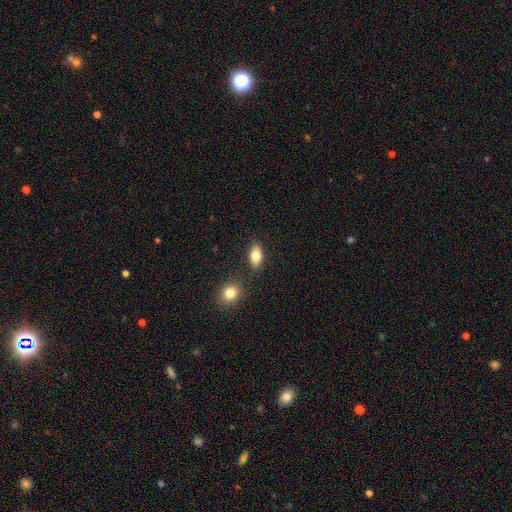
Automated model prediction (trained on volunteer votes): smooth 81%, featured or disk 12%, star or artifact 8%. Down the decision tree: how rounded — in between (87%); merging — none (81%).